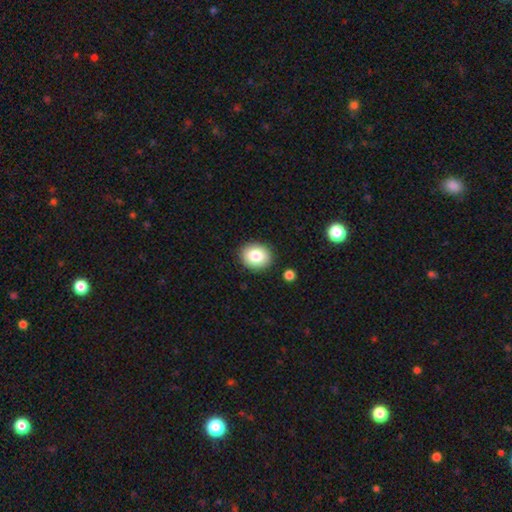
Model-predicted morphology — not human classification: Smooth or featured?
  - smooth: 82% *
  - star or artifact: 9%
  - featured or disk: 9%
How rounded?
  - round: 64% *
  - in between: 35%
  - cigar-shaped: 1%
Merging?
  - none: 88% *
  - minor disturbance: 8%
  - major disturbance: 2%
  - merger: 2%